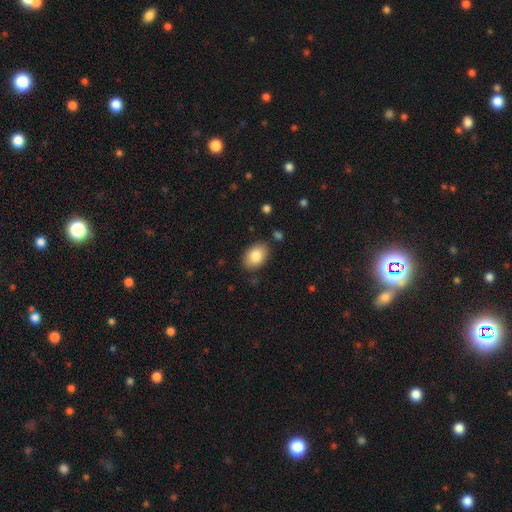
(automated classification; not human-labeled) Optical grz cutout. It shows a smooth galaxy with no disk features (84%) that is in between round and cigar-shaped (82%). Merging: none (86%).